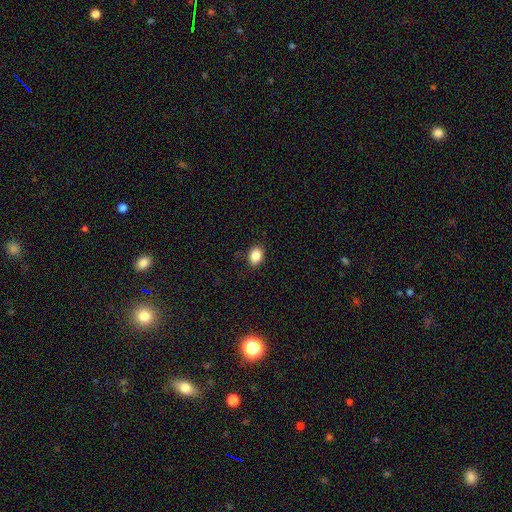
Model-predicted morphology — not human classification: smooth-or-featured: smooth: 86% | star or artifact: 9% | featured or disk: 5%
  how-rounded: in between: 73% | round: 26% | cigar-shaped: 1%
  merging: none: 87% | minor disturbance: 10% | major disturbance: 2% | merger: 1%